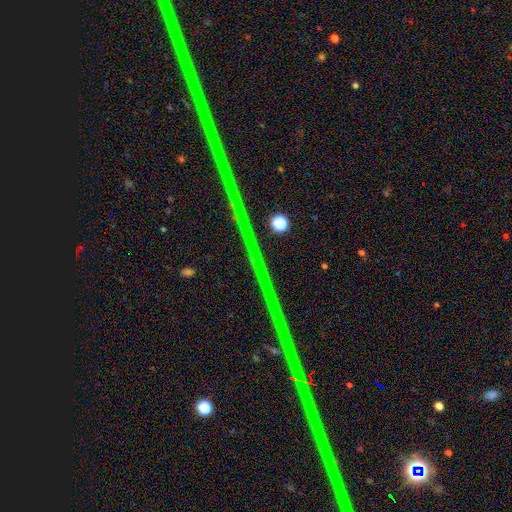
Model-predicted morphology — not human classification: Overall: star or artifact (89%).